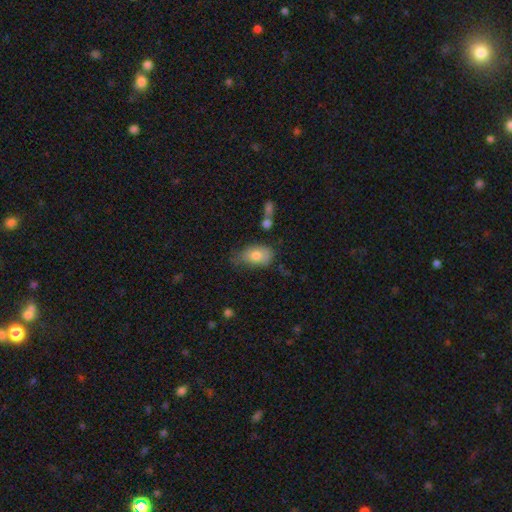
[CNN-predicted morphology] The model was most divided on "merging": none: 46%, minor disturbance: 37%, major disturbance: 12%, merger: 5%. More confident: how rounded — in between (88%); smooth or featured — smooth (76%).